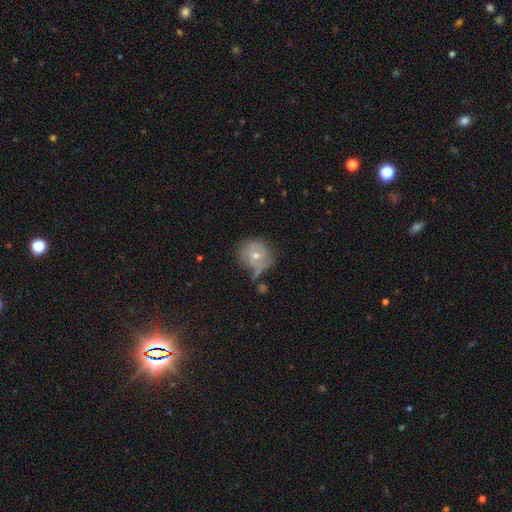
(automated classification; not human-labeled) A featured or disk galaxy (44%).

Vote fractions:
- Smooth or featured? featured or disk: 44% / smooth: 39% / star or artifact: 17%
- Merging? none: 62% / minor disturbance: 23% / merger: 8% / major disturbance: 7%